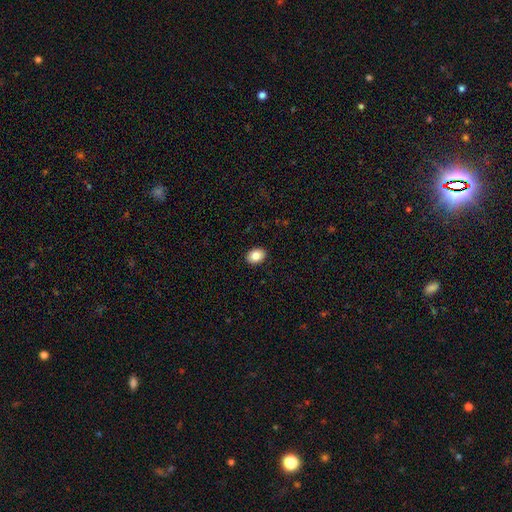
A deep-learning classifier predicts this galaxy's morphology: smooth-or-featured: smooth: 85% | star or artifact: 8% | featured or disk: 7%
  how-rounded: in between: 72% | round: 27% | cigar-shaped: 1%
  merging: none: 91% | minor disturbance: 7% | major disturbance: 2% | merger: 1%